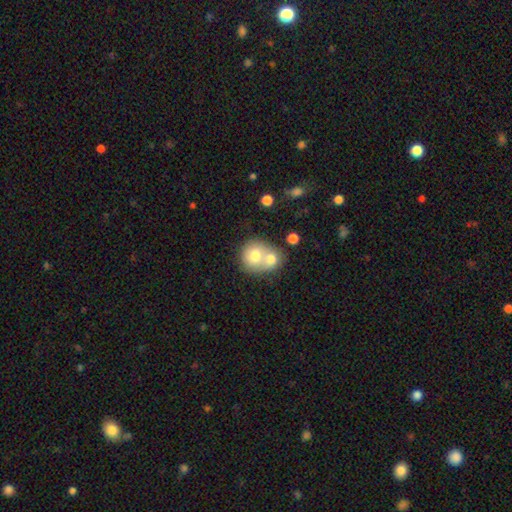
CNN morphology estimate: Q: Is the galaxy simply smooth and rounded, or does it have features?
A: smooth — 70%.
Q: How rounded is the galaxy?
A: round — 76%.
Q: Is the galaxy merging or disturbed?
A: merger — 69%.